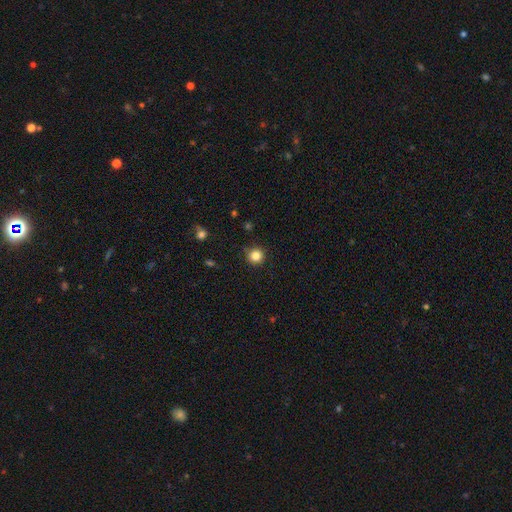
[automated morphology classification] Smooth or featured? Predicted: smooth (p=0.84). How rounded? Predicted: round (p=0.94). Merging? Predicted: none (p=0.90).